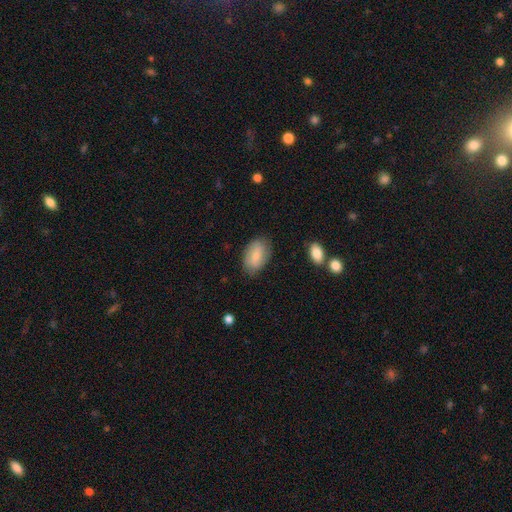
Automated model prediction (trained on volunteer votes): A smooth galaxy with no disk features (74%) that is in between round and cigar-shaped (91%).

Vote fractions:
- Smooth or featured? smooth: 74% / featured or disk: 19% / star or artifact: 7%
- How rounded? in between: 91% / round: 7% / cigar-shaped: 2%
- Merging? none: 79% / minor disturbance: 16% / major disturbance: 4% / merger: 1%